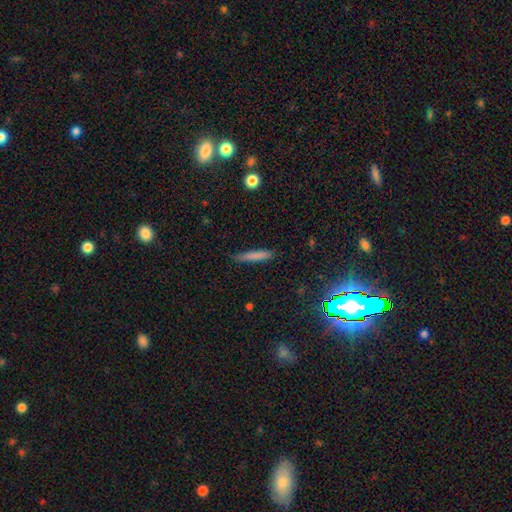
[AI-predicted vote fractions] Smooth or featured?
  - smooth: 78% *
  - featured or disk: 14%
  - star or artifact: 8%
How rounded?
  - cigar-shaped: 92% *
  - in between: 6%
  - round: 1%
Merging?
  - none: 86% *
  - minor disturbance: 11%
  - major disturbance: 2%
  - merger: 1%